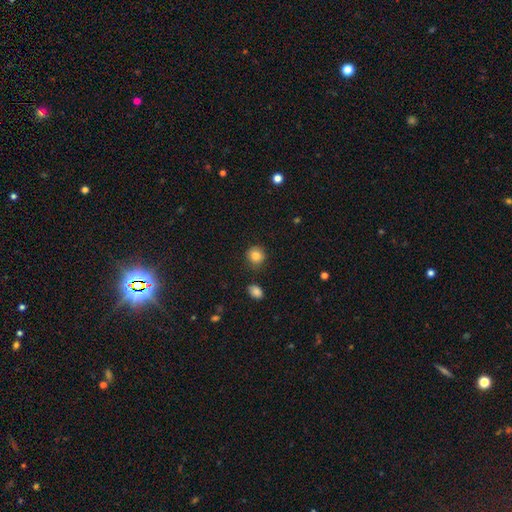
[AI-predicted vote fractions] Smooth or featured? Predicted: smooth (p=0.85). How rounded? Predicted: round (p=0.86). Merging? Predicted: none (p=0.84).